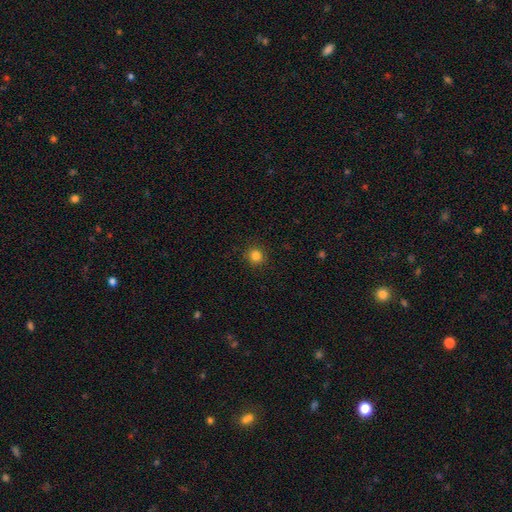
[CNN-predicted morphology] Smooth or featured?
  - smooth: 83% *
  - star or artifact: 13%
  - featured or disk: 4%
How rounded?
  - round: 92% *
  - in between: 7%
  - cigar-shaped: 1%
Merging?
  - none: 92% *
  - minor disturbance: 5%
  - major disturbance: 2%
  - merger: 1%